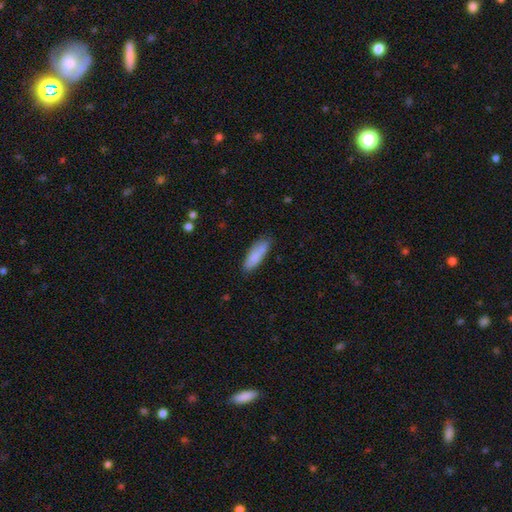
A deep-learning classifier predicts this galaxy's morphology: Smooth or featured?
  - smooth: 82% *
  - featured or disk: 12%
  - star or artifact: 6%
How rounded?
  - in between: 49% * (tied)
  - cigar-shaped: 49% * (tied)
  - round: 2%
Merging?
  - none: 78% *
  - minor disturbance: 16%
  - major disturbance: 3%
  - merger: 2%